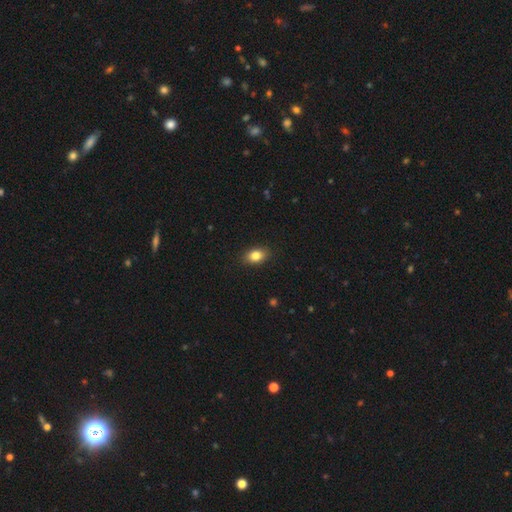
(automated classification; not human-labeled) This is clearly a smooth galaxy (84%). How rounded: clearly in between (81%). Merging: clearly none (89%).